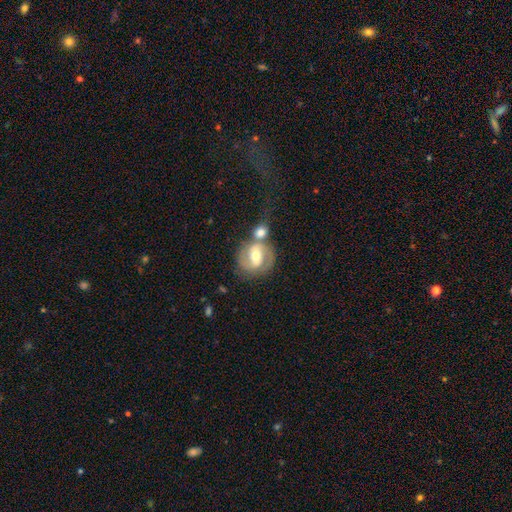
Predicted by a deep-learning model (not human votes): Smooth or featured: featured or disk — 72% (smooth — 22%)
Edge-on disk: no — 97% (yes — 3%)
Bar: weak — 44% (strong — 32%)
Spiral arms: yes — 86% (no — 14%)
Spiral winding: medium — 49% (tight — 33%)
Spiral arm count: 2 — 82% (can't tell — 9%)
Bulge size: moderate — 67% (small — 26%)
Merging: none — 43% (merger — 36%)